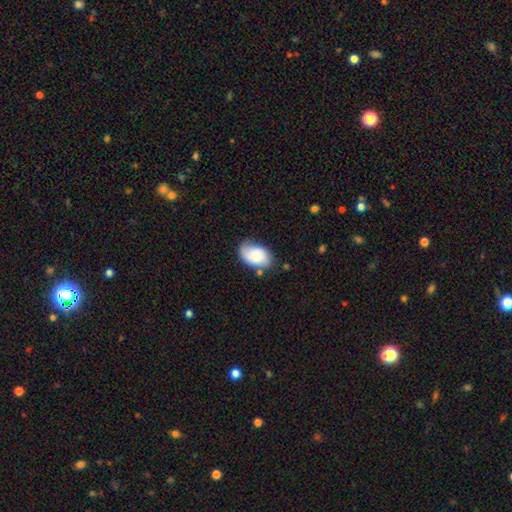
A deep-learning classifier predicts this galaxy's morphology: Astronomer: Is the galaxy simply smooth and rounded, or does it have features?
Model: smooth — 67%.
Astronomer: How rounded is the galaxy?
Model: in between — 89%.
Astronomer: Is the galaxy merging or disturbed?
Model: none — 62%.